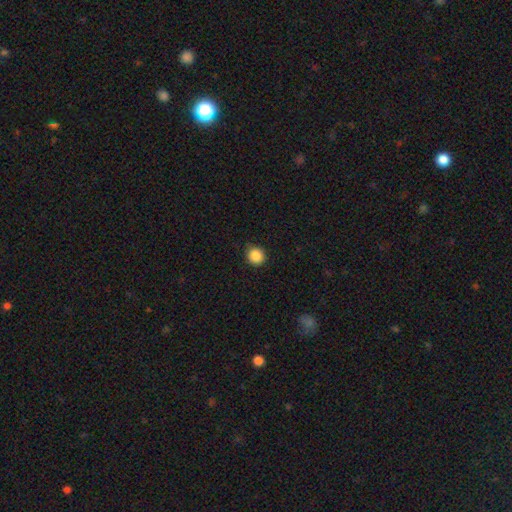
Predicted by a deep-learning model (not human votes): Overall: smooth (88%). How rounded: round (88%). Merging: none (88%).